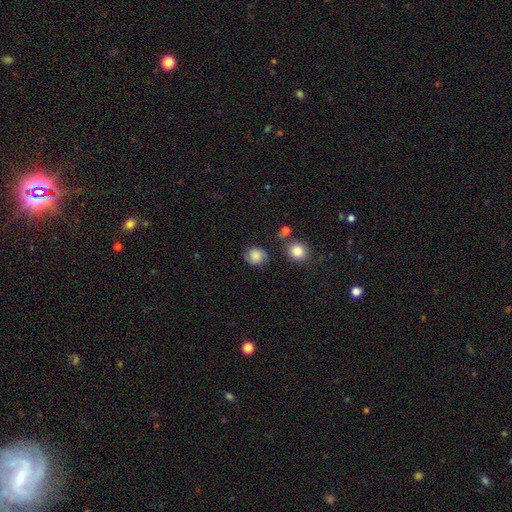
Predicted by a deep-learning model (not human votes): A smooth galaxy with no disk features (66%) that is round (78%).

Vote fractions:
- Smooth or featured? smooth: 66% / featured or disk: 24% / star or artifact: 10%
- How rounded? round: 78% / in between: 21% / cigar-shaped: 1%
- Merging? none: 75% / minor disturbance: 17% / major disturbance: 5% / merger: 3%